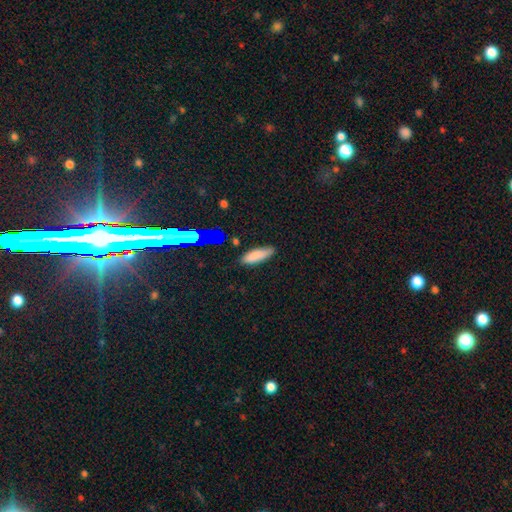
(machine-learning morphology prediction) Overall: smooth (81%). How rounded: in between (58%; cigar-shaped 40%). Merging: none (78%).